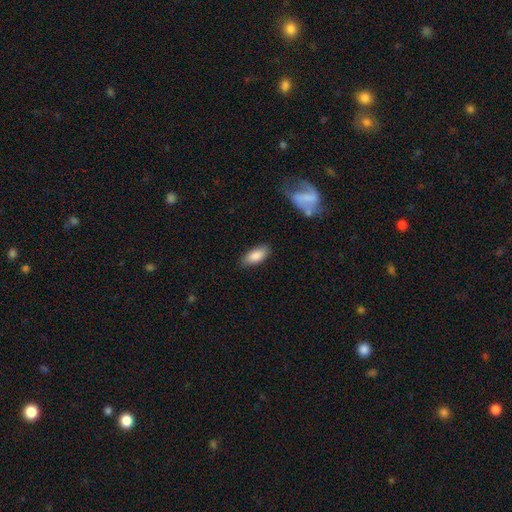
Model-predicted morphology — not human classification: smooth 86%, featured or disk 7%, star or artifact 7%. Down the decision tree: how rounded — in between (87%); merging — none (82%).